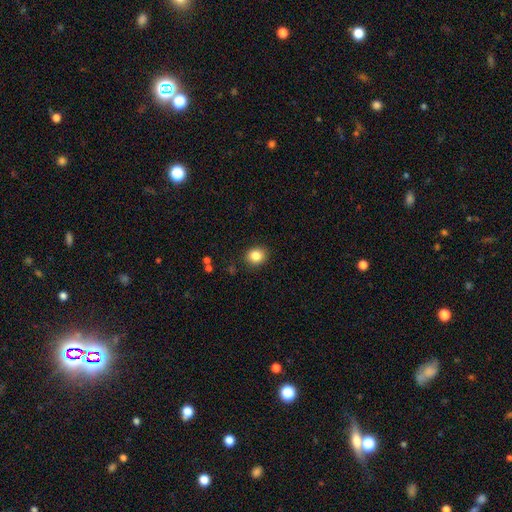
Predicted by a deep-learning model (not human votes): This is clearly a smooth galaxy (85%). How rounded: likely round (74%). Merging: clearly none (89%).